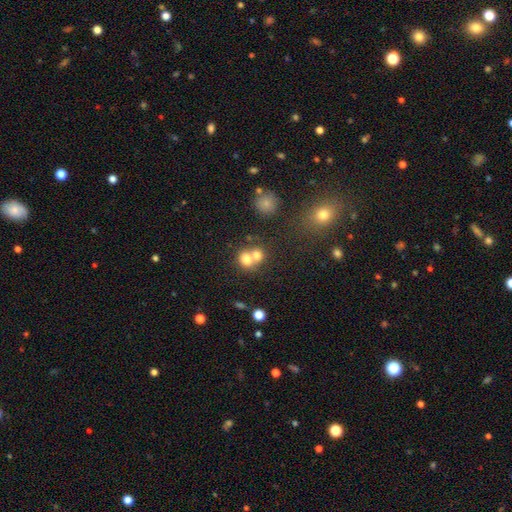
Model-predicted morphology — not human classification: A smooth galaxy with no disk features (69%) that is round (76%). Merging: merger (57%).